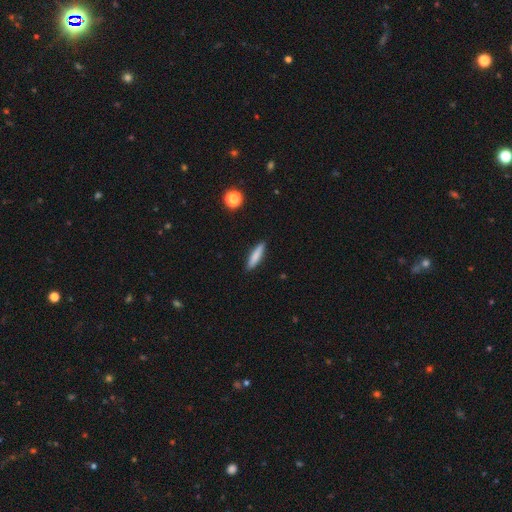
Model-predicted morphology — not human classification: smooth 80%, featured or disk 14%, star or artifact 7%. Down the decision tree: how rounded — cigar-shaped (81%); merging — none (89%).